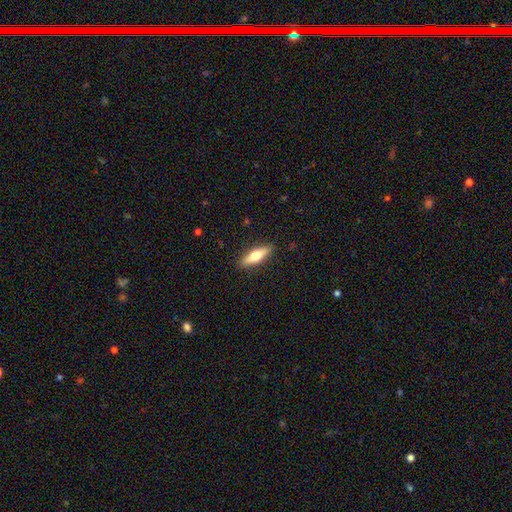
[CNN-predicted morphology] A smooth galaxy with no disk features (59%) that is cigar-shaped (54%). Merging: none (89%).